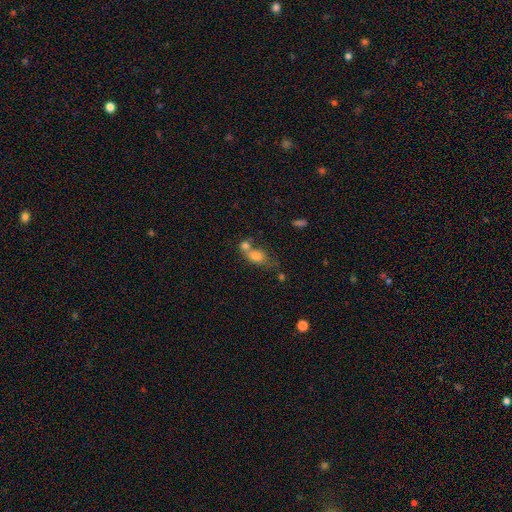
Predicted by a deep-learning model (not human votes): The model was most divided on "merging": merger: 55%, none: 28%, minor disturbance: 10%, major disturbance: 6%. More confident: smooth or featured — smooth (75%); how rounded — in between (64%).